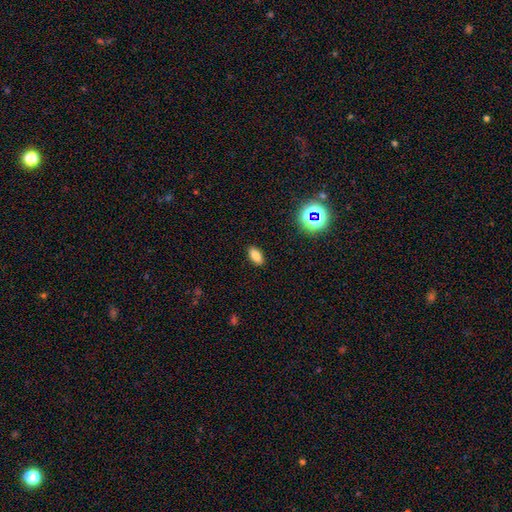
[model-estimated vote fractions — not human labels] Smooth or featured? Predicted: smooth (p=0.81). How rounded? Predicted: in between (p=0.90). Merging? Predicted: none (p=0.89).